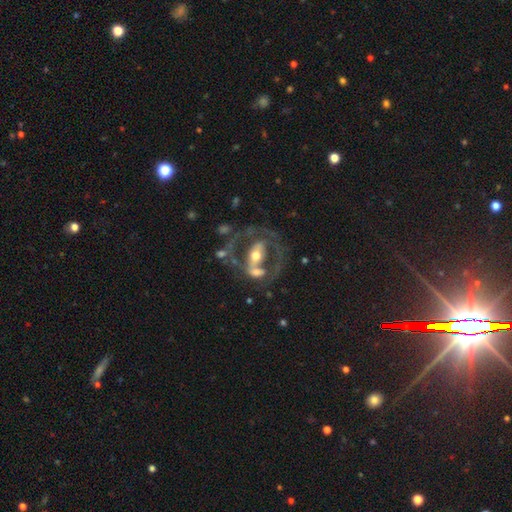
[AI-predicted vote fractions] Smooth or featured?
  - featured or disk: 73% *
  - smooth: 21%
  - star or artifact: 6%
Edge-on disk?
  - no: 93% *
  - yes: 7%
Bar?
  - no: 39% *
  - strong: 35%
  - weak: 25%
Spiral arms?
  - no: 57% *
  - yes: 43%
Bulge size?
  - moderate: 68% *
  - small: 16%
  - large: 12%
  - dominant: 2%
  - none: 2%
Merging?
  - none: 42% *
  - major disturbance: 23%
  - merger: 19%
  - minor disturbance: 16%